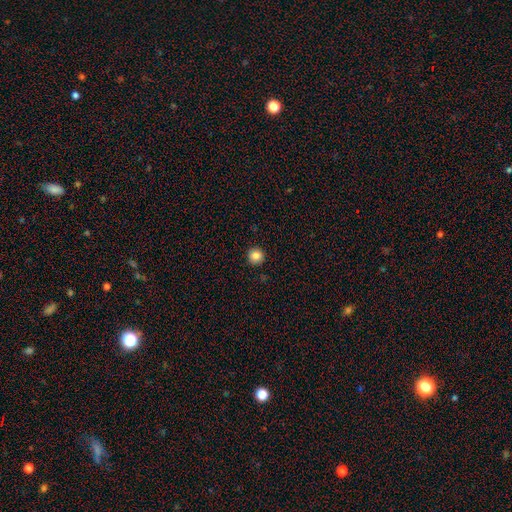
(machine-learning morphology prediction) smooth-or-featured: smooth: 86% | star or artifact: 10% | featured or disk: 4%
  how-rounded: round: 94% | in between: 5% | cigar-shaped: 1%
  merging: none: 92% | minor disturbance: 5% | major disturbance: 2% | merger: 1%